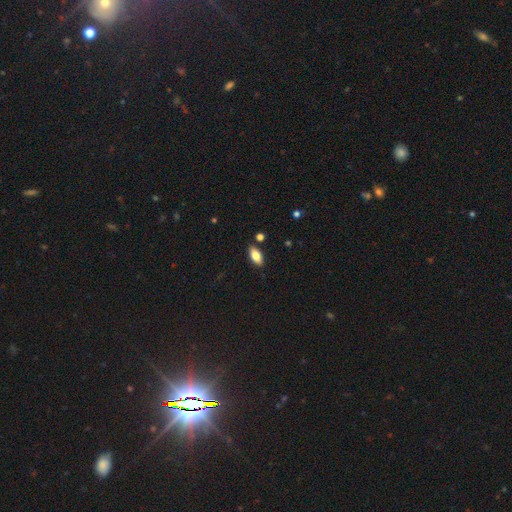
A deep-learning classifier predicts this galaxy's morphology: Smooth or featured? Predicted: smooth (p=0.81). How rounded? Predicted: in between (p=0.90). Merging? Predicted: none (p=0.86).